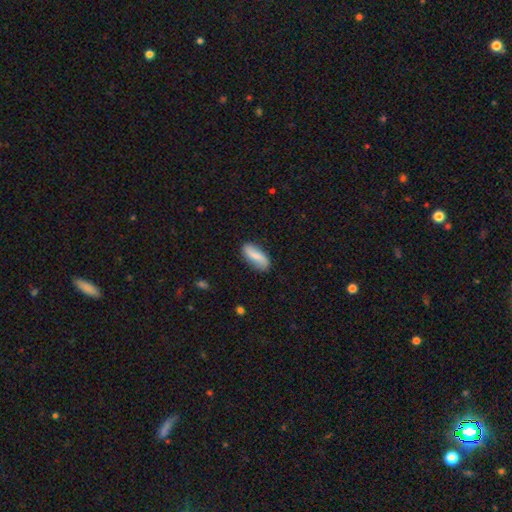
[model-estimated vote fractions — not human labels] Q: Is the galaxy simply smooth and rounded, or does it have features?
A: smooth — 72%.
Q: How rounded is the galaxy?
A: in between — 71%.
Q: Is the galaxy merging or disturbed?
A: none — 79%.